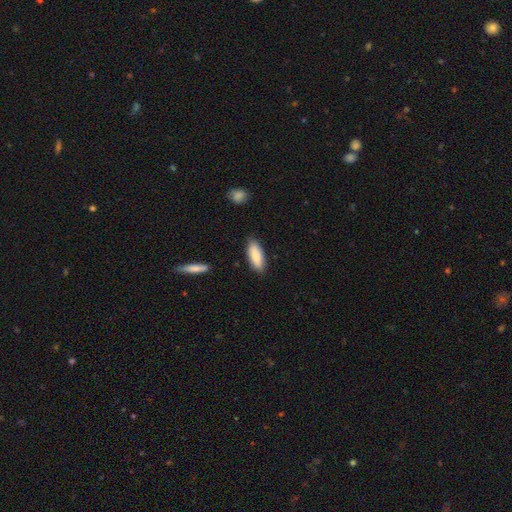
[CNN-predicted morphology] type=smooth (86%); roundness=in between (67%); merging=none (85%).